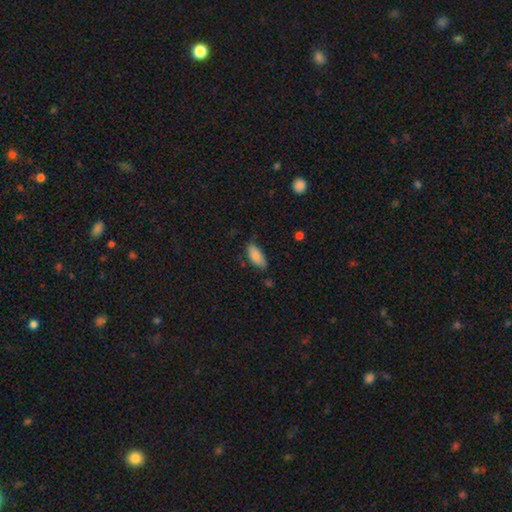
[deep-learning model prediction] Morphology: type=smooth (86%); roundness=in between (86%); merging=none (68%).